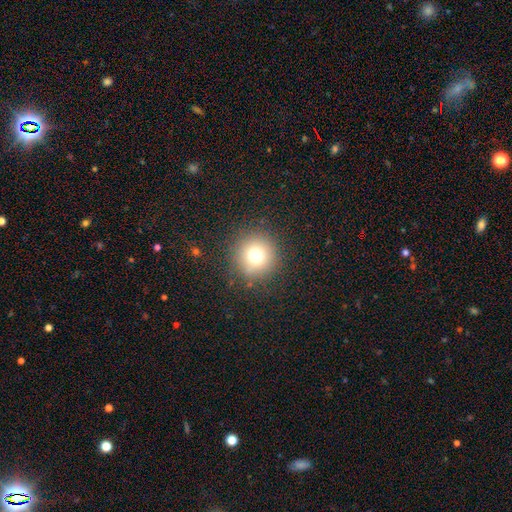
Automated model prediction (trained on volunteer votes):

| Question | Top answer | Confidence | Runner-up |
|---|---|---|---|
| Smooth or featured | smooth | 73% | star or artifact (15%) |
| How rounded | round | 94% | in between (5%) |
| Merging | none | 88% | minor disturbance (7%) |